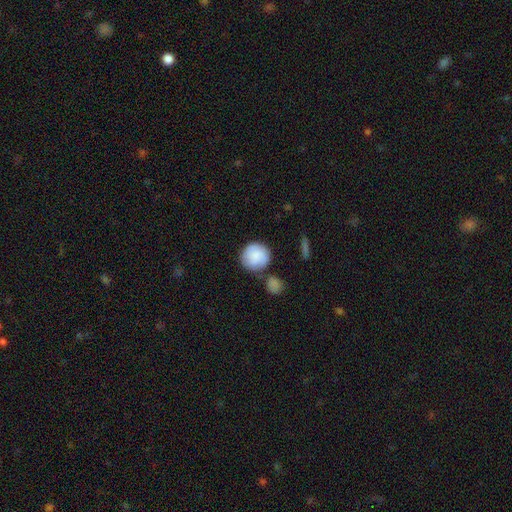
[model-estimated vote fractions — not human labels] Overall: smooth (85%). How rounded: round (92%). Merging: none (69%).